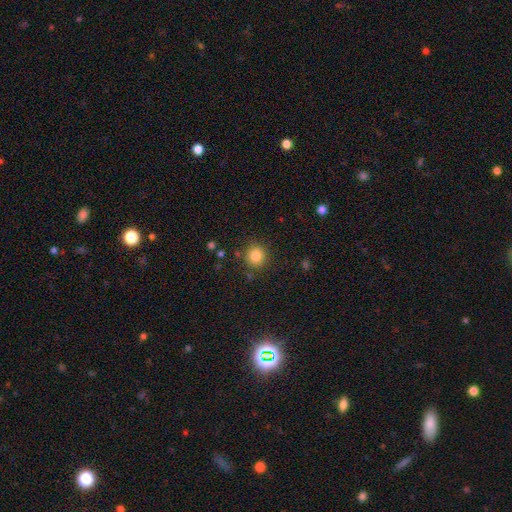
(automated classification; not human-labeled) Q: Smooth or featured?
A: smooth (83%); runner-up: star or artifact (11%)
Q: How rounded?
A: round (90%); runner-up: in between (9%)
Q: Merging?
A: none (87%); runner-up: minor disturbance (8%)